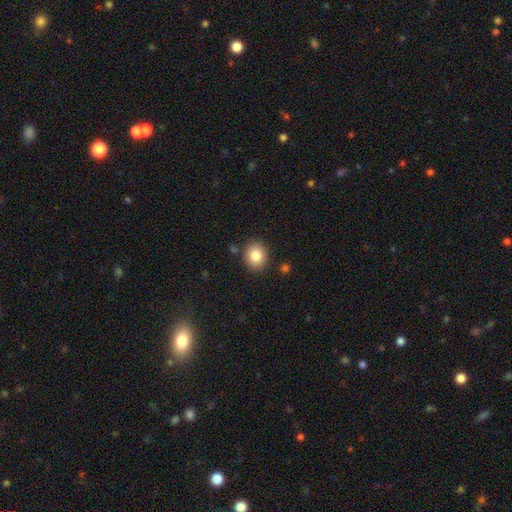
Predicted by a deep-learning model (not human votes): The model was most divided on "how rounded": round: 67%, in between: 32%, cigar-shaped: 1%. More confident: merging — none (86%); smooth or featured — smooth (84%).